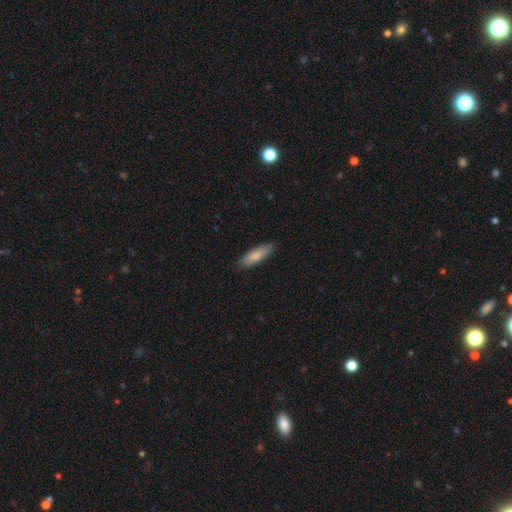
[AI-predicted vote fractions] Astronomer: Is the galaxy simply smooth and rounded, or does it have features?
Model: smooth — 83%.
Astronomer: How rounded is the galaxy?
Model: in between — 50% (runner-up: cigar-shaped, 49%).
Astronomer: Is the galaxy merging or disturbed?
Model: none — 82%.